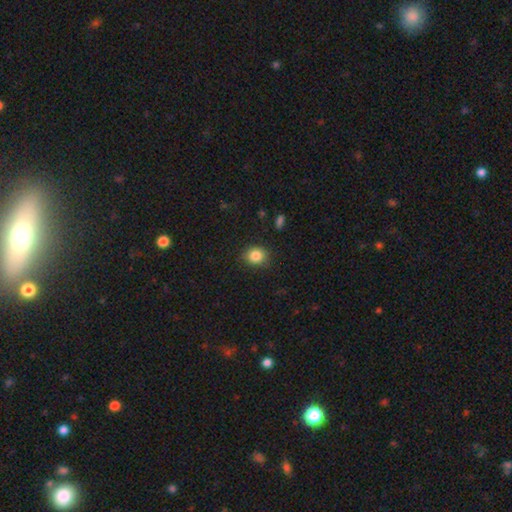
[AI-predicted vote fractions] A smooth galaxy with no disk features (85%) that is round (70%).

Vote fractions:
- Smooth or featured? smooth: 85% / star or artifact: 10% / featured or disk: 5%
- How rounded? round: 70% / in between: 29% / cigar-shaped: 1%
- Merging? none: 85% / minor disturbance: 11% / major disturbance: 3% / merger: 1%